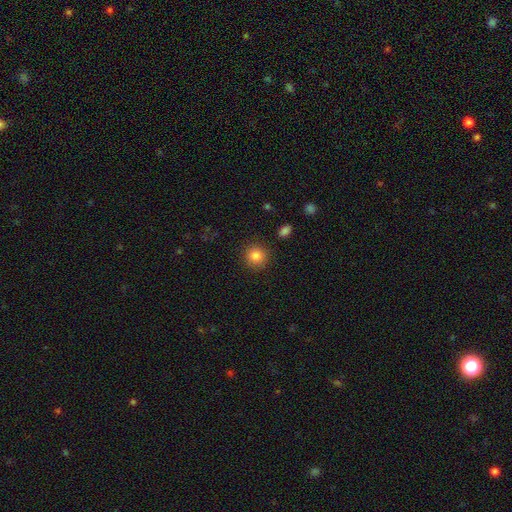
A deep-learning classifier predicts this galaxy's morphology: Smooth or featured?
  - smooth: 84% *
  - star or artifact: 10%
  - featured or disk: 5%
How rounded?
  - round: 92% *
  - in between: 7%
  - cigar-shaped: 1%
Merging?
  - none: 89% *
  - minor disturbance: 7%
  - major disturbance: 3%
  - merger: 2%